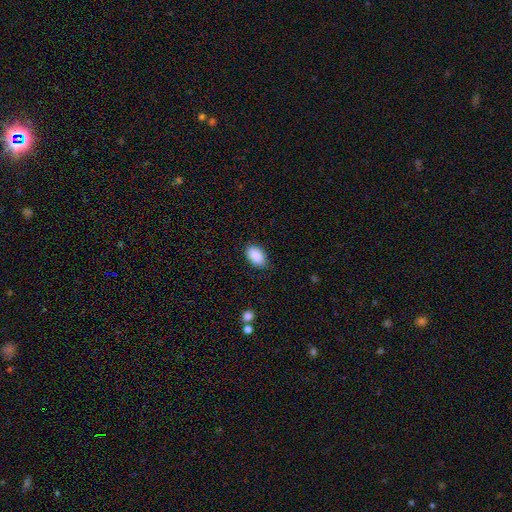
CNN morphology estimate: The model was most divided on "merging": none: 84%, minor disturbance: 12%, major disturbance: 2%, merger: 1%. More confident: how rounded — in between (92%); smooth or featured — smooth (88%).